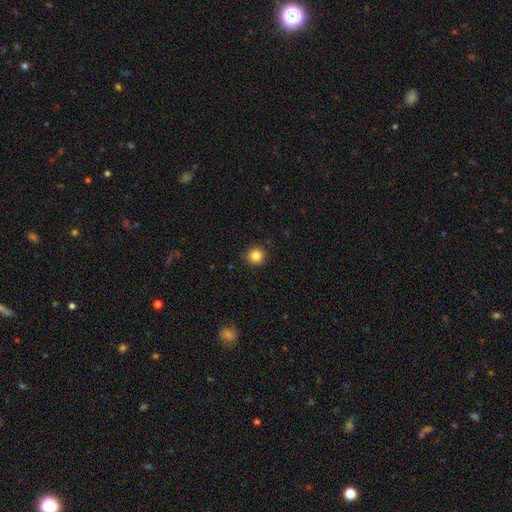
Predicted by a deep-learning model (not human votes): Morphology: type=smooth (85%); roundness=round (94%); merging=none (88%).